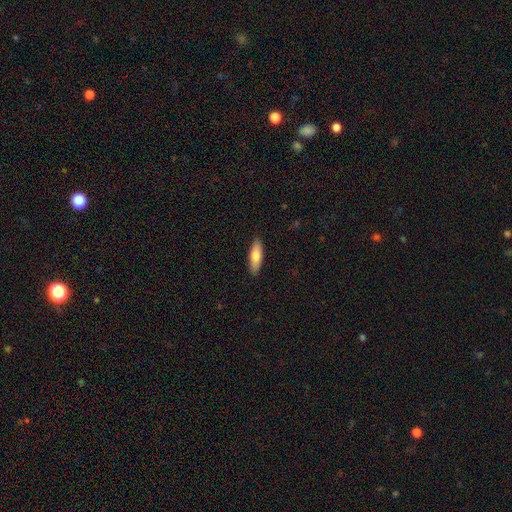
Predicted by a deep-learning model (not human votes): This is likely a smooth galaxy (78%). How rounded: possibly in between (52%). Merging: clearly none (89%).